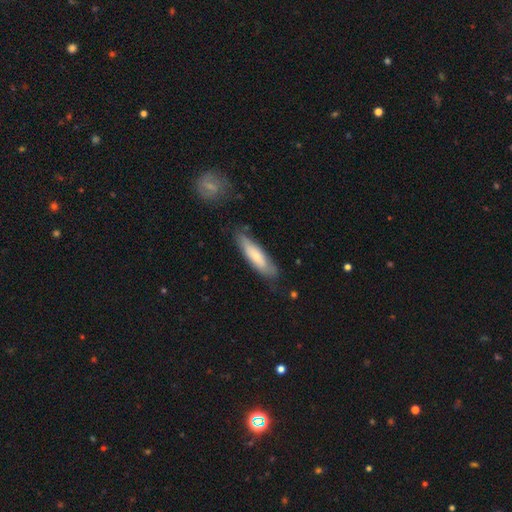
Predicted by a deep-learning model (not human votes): Q: Smooth or featured?
A: smooth (68%); runner-up: featured or disk (27%)
Q: How rounded?
A: cigar-shaped (68%); runner-up: in between (30%)
Q: Merging?
A: none (72%); runner-up: minor disturbance (21%)